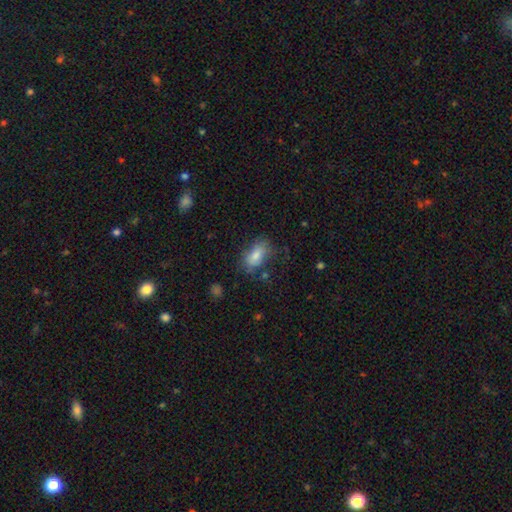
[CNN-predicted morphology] The model was most divided on "merging": none: 62%, minor disturbance: 24%, major disturbance: 10%, merger: 4%. More confident: how rounded — in between (89%); smooth or featured — smooth (78%).